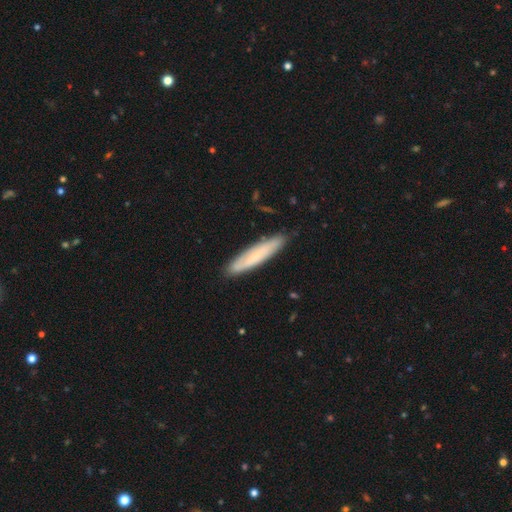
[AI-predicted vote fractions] Smooth or featured? smooth (63%)
How rounded? cigar-shaped (86%)
Merging? none (85%)